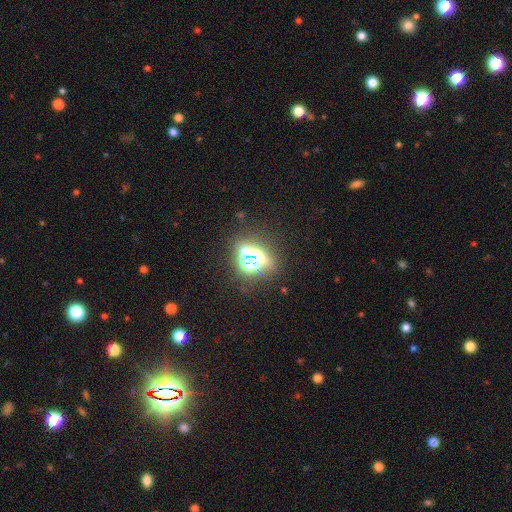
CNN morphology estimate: Q: Smooth or featured?
A: star or artifact (64%); runner-up: smooth (23%)